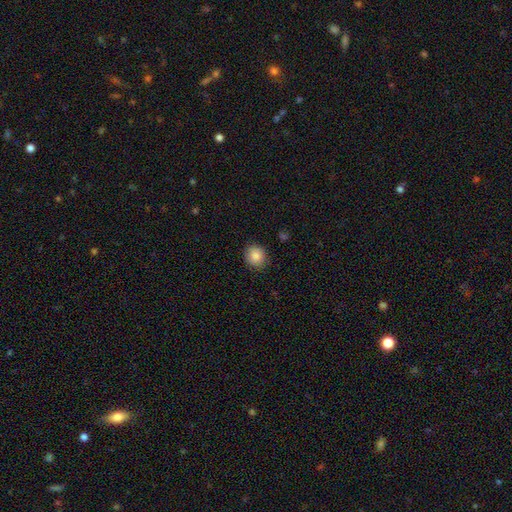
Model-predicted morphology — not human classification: type=smooth (87%); roundness=round (79%); merging=none (87%).